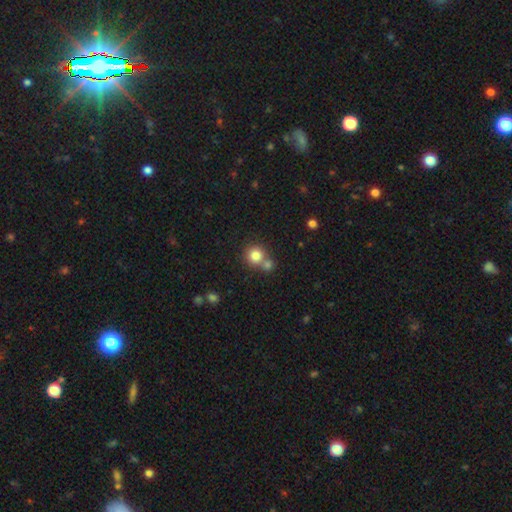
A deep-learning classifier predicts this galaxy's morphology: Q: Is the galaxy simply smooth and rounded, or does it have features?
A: smooth — 81%.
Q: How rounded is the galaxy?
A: round — 91%.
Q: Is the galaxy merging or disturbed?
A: none — 55%.